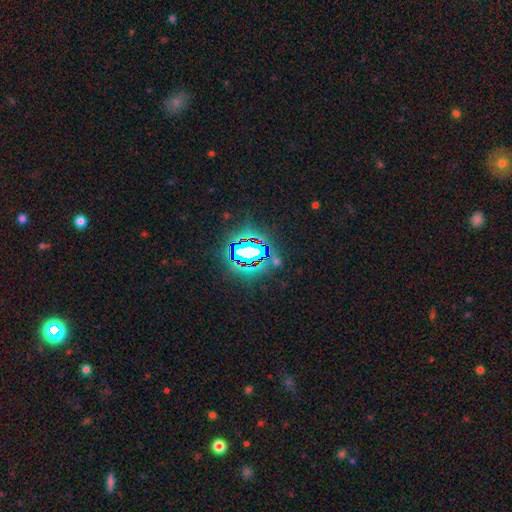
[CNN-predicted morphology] This appears to be a star or artifact, not a galaxy (80%).